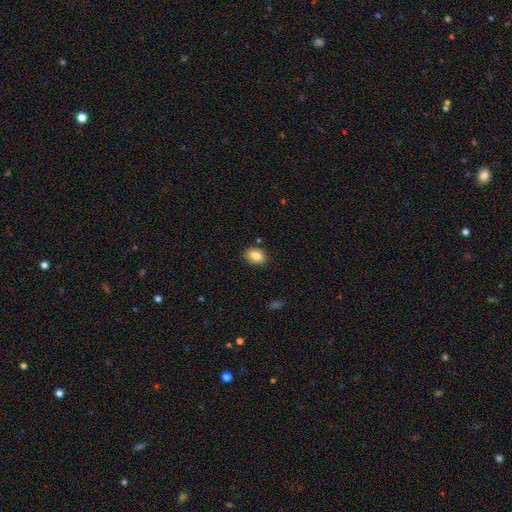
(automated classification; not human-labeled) Smooth or featured?
  - smooth: 85% *
  - star or artifact: 8%
  - featured or disk: 7%
How rounded?
  - in between: 77% *
  - round: 22%
  - cigar-shaped: 1%
Merging?
  - none: 85% *
  - minor disturbance: 11%
  - major disturbance: 2%
  - merger: 2%